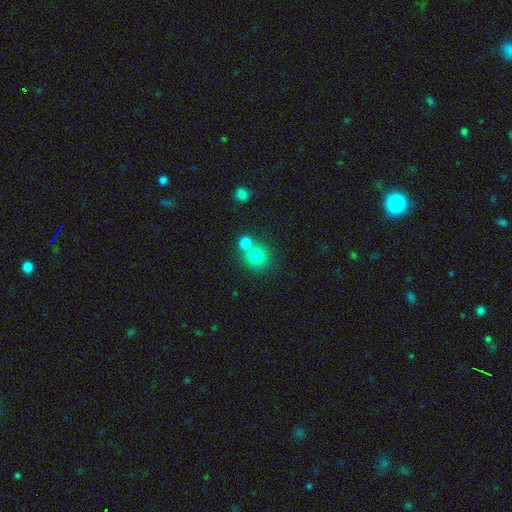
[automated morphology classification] Smooth or featured? smooth (79%)
How rounded? round (89%)
Merging? none (57%)